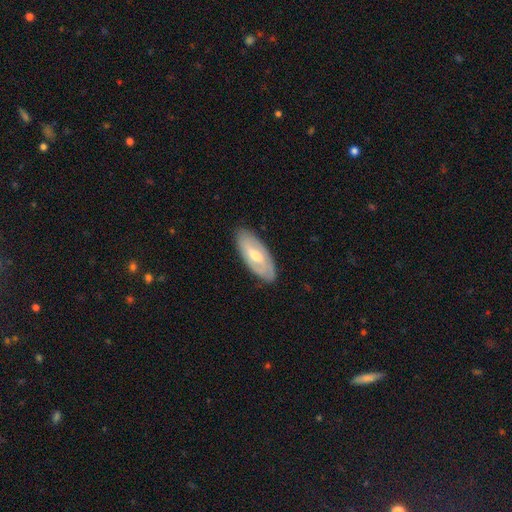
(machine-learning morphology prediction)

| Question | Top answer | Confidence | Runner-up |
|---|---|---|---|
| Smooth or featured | featured or disk | 54% | smooth (41%) |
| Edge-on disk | no | 85% | yes (15%) |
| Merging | none | 83% | minor disturbance (13%) |